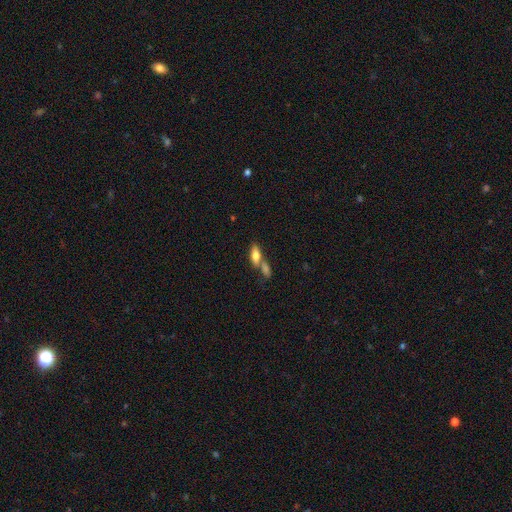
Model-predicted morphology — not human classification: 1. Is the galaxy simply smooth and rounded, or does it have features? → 66% smooth, 26% featured or disk, 8% star or artifact.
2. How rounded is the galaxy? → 73% in between, 23% cigar-shaped, 4% round.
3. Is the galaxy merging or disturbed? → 44% none, 40% merger, 11% minor disturbance, 5% major disturbance.